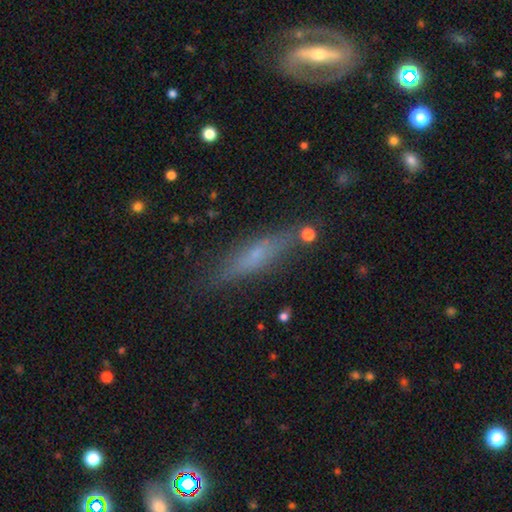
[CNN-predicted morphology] Smooth or featured? Predicted: smooth (p=0.46). Merging? Predicted: none (p=0.79).